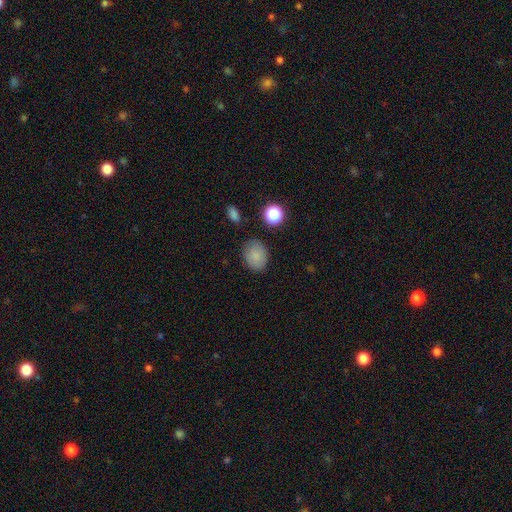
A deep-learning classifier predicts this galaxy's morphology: A smooth galaxy with no disk features (83%) that is in between round and cigar-shaped (60%).

Vote fractions:
- Smooth or featured? smooth: 83% / star or artifact: 10% / featured or disk: 7%
- How rounded? in between: 60% / round: 39% / cigar-shaped: 1%
- Merging? none: 82% / minor disturbance: 12% / major disturbance: 4% / merger: 3%